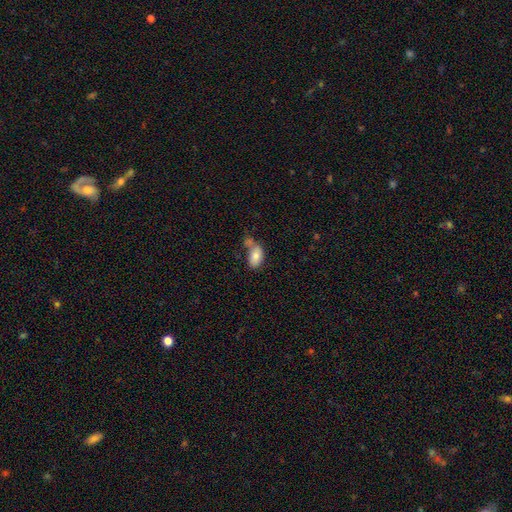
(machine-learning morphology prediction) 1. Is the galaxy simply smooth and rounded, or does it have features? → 79% smooth, 13% featured or disk, 8% star or artifact.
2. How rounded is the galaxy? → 92% in between, 6% round, 2% cigar-shaped.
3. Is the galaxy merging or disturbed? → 35% none, 34% merger, 20% minor disturbance, 12% major disturbance.